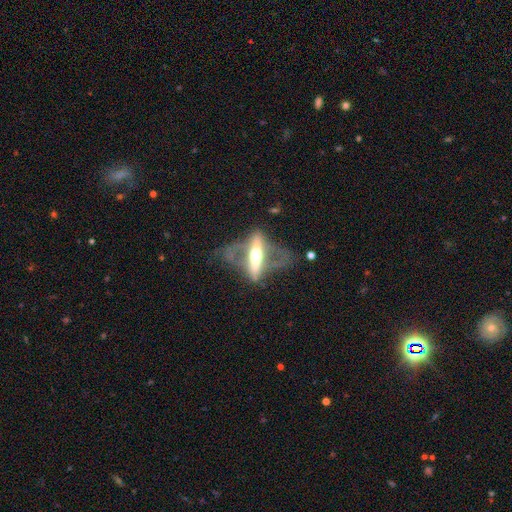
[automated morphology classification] smooth_or_featured: featured or disk (p=0.77) [alt: smooth p=0.17]
disk_edge_on: yes (p=0.60) [alt: no p=0.40]
merging: none (p=0.42) [alt: major disturbance p=0.34]